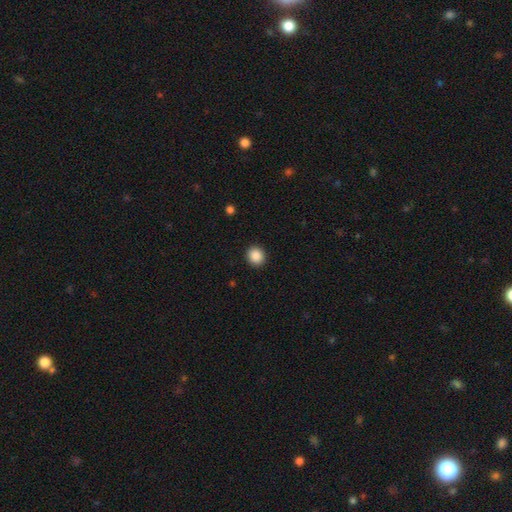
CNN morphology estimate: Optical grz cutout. It shows a smooth galaxy with no disk features (89%) that is round (83%). Merging: none (92%).